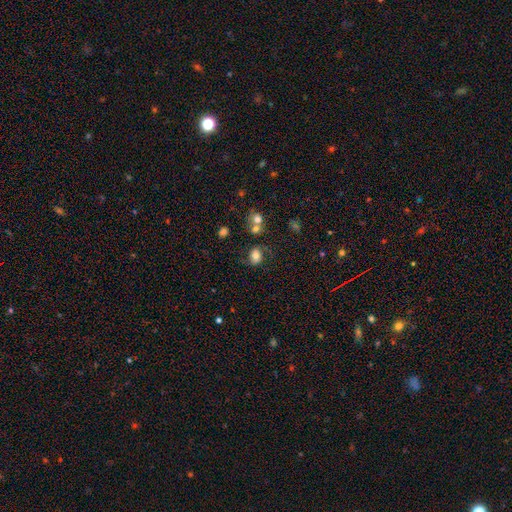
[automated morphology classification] type=smooth (66%); roundness=in between (61%); merging=none (65%).